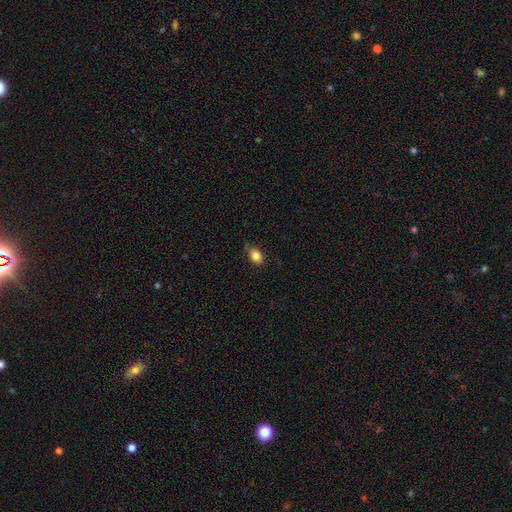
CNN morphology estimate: Smooth or featured? Predicted: smooth (p=0.84). How rounded? Predicted: in between (p=0.81). Merging? Predicted: none (p=0.78).